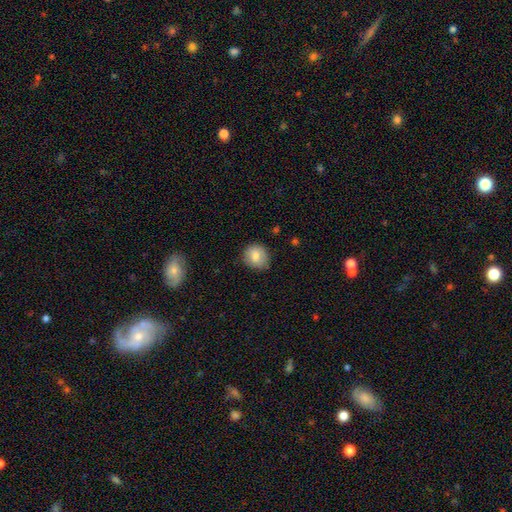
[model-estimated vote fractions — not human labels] The model was most divided on "merging": none: 79%, minor disturbance: 17%, major disturbance: 3%, merger: 1%. More confident: smooth or featured — smooth (82%); how rounded — round (81%).